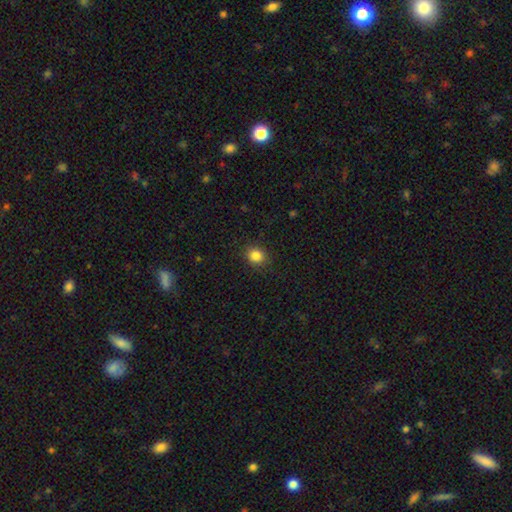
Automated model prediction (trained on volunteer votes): A smooth galaxy with no disk features (85%) that is round (79%).

Vote fractions:
- Smooth or featured? smooth: 85% / star or artifact: 11% / featured or disk: 4%
- How rounded? round: 79% / in between: 20% / cigar-shaped: 1%
- Merging? none: 90% / minor disturbance: 7% / major disturbance: 2% / merger: 1%